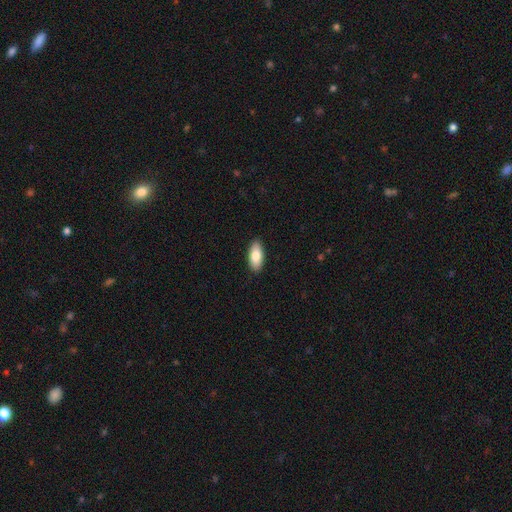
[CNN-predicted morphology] Overall: smooth (83%). How rounded: in between (88%). Merging: none (90%).